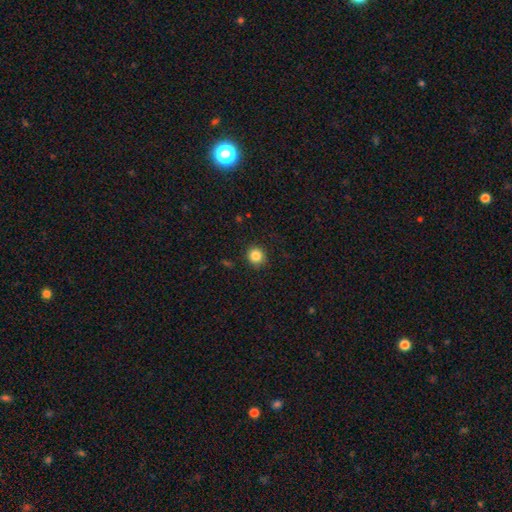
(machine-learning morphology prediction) Smooth or featured? Predicted: smooth (p=0.85). How rounded? Predicted: round (p=0.89). Merging? Predicted: none (p=0.90).